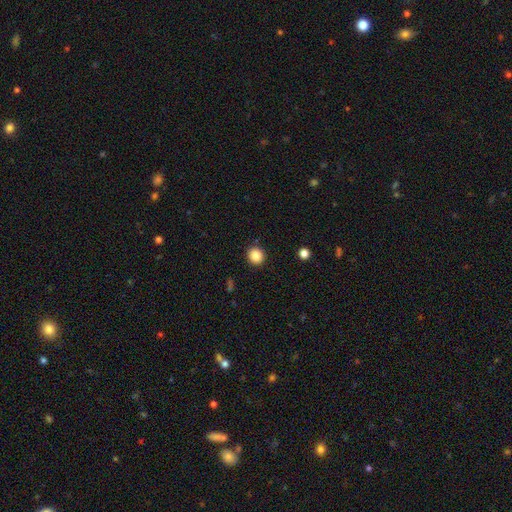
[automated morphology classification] The model was most divided on "how rounded": round: 87%, in between: 12%, cigar-shaped: 1%. More confident: merging — none (90%); smooth or featured — smooth (87%).